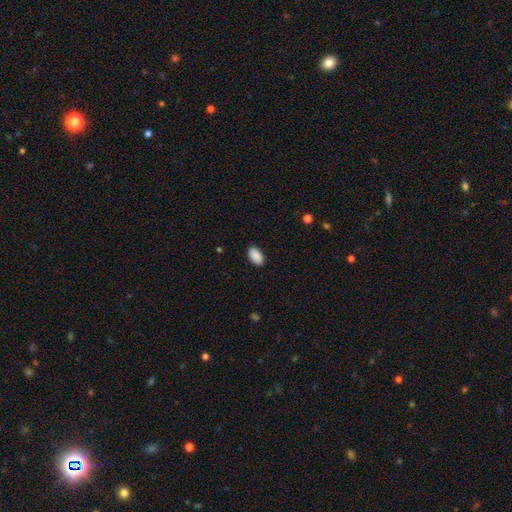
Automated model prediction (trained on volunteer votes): This is clearly a smooth galaxy (90%). How rounded: clearly in between (94%). Merging: clearly none (89%).